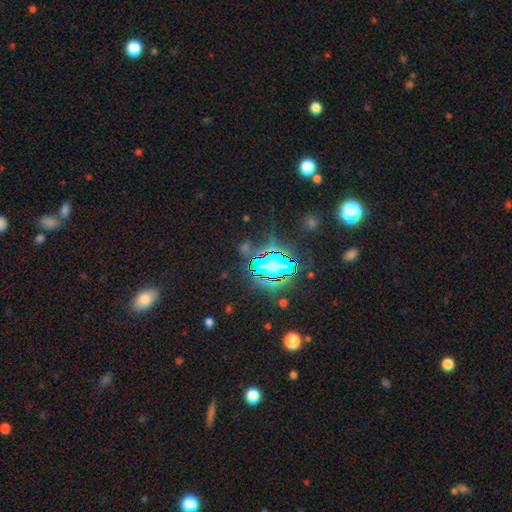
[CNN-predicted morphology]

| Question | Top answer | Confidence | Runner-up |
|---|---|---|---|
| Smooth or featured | star or artifact | 81% | smooth (11%) |